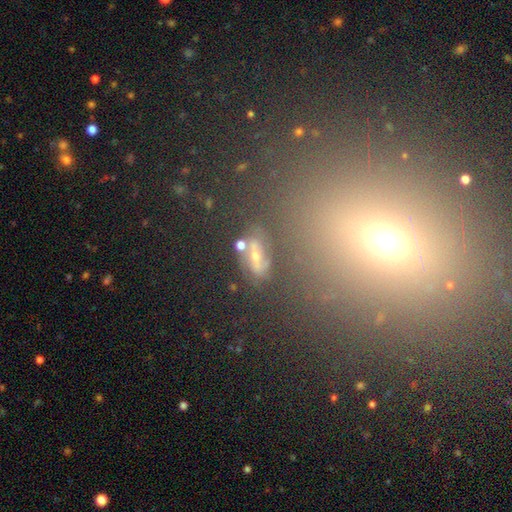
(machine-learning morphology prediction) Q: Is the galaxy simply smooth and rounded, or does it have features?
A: smooth — 35%.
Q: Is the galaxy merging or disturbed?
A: none — 59%.